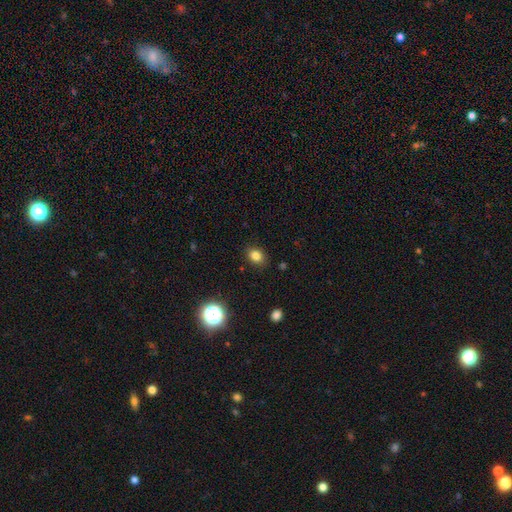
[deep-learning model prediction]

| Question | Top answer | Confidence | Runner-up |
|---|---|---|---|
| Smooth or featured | smooth | 81% | star or artifact (13%) |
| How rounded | in between | 64% | round (35%) |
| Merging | none | 86% | minor disturbance (10%) |